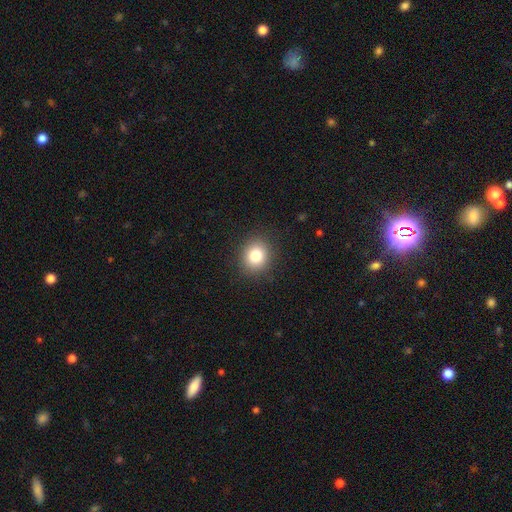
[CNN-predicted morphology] A smooth galaxy with no disk features (81%) that is round (76%). Merging: none (90%).